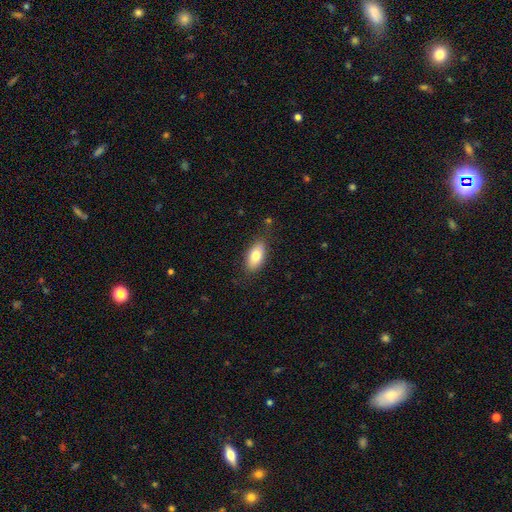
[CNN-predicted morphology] Smooth or featured?
  - smooth: 78% *
  - featured or disk: 15%
  - star or artifact: 7%
How rounded?
  - in between: 90% *
  - cigar-shaped: 6%
  - round: 4%
Merging?
  - none: 77% *
  - minor disturbance: 17%
  - major disturbance: 4%
  - merger: 2%